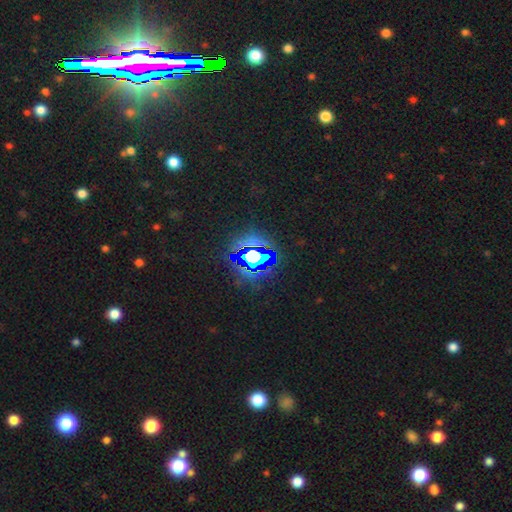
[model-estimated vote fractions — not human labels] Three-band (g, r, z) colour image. It shows a star or artifact, not a galaxy (80%).